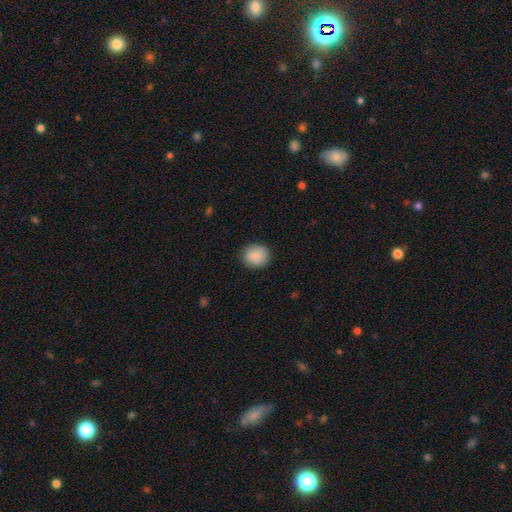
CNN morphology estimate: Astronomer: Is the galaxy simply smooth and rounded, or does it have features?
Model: smooth — 89%.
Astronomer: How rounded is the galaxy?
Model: round — 79%.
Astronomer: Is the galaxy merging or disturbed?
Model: none — 87%.